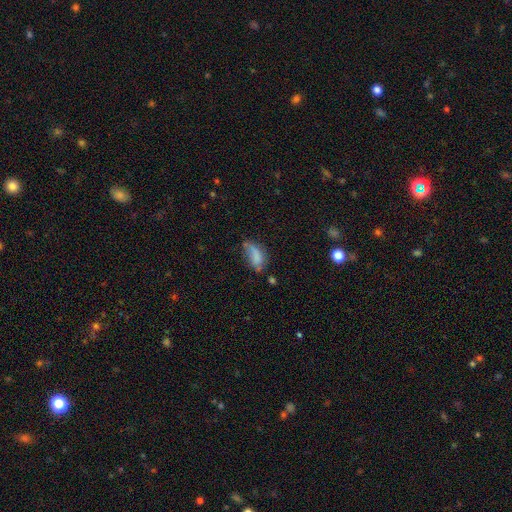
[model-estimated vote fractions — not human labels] Q: Smooth or featured?
A: smooth (72%); runner-up: featured or disk (18%)
Q: How rounded?
A: in between (83%); runner-up: cigar-shaped (14%)
Q: Merging?
A: none (35%); runner-up: minor disturbance (34%)